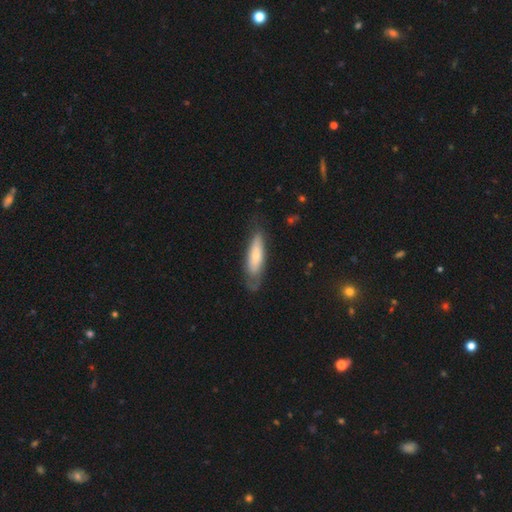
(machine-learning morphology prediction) Q: Smooth or featured?
A: smooth (56%); runner-up: featured or disk (38%)
Q: How rounded?
A: cigar-shaped (51%); runner-up: in between (47%)
Q: Merging?
A: none (63%); runner-up: minor disturbance (24%)